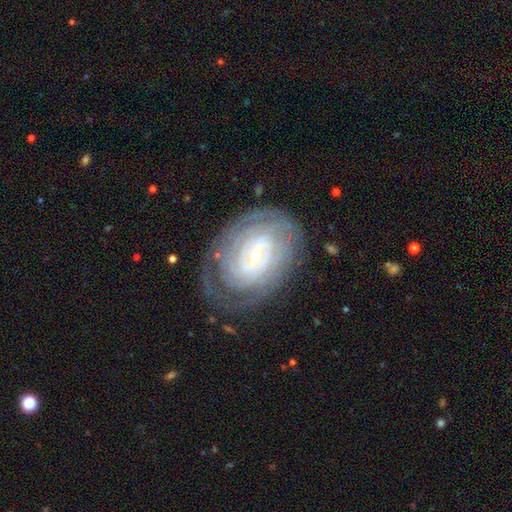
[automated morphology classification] featured or disk 87%, smooth 8%, star or artifact 5%. Down the decision tree: edge-on disk — no (96%); bar — weak (47%); spiral arms — yes (95%); spiral arm count — can't tell (39%); spiral winding — tight (85%); bulge size — small (68%); merging — none (77%).